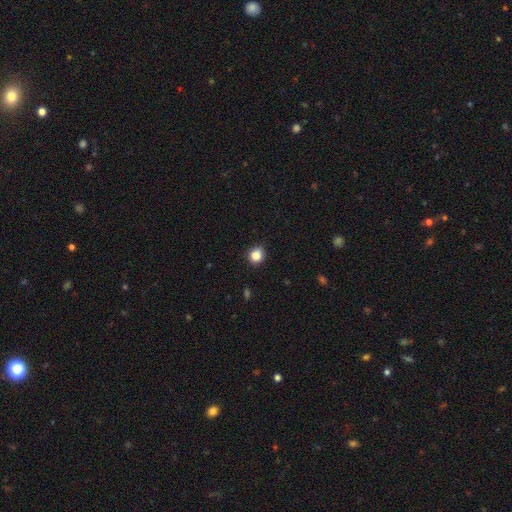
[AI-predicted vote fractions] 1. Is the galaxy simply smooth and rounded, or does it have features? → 84% smooth, 11% star or artifact, 5% featured or disk.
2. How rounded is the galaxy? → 80% round, 19% in between, 1% cigar-shaped.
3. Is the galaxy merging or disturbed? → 83% none, 13% minor disturbance, 2% major disturbance, 1% merger.